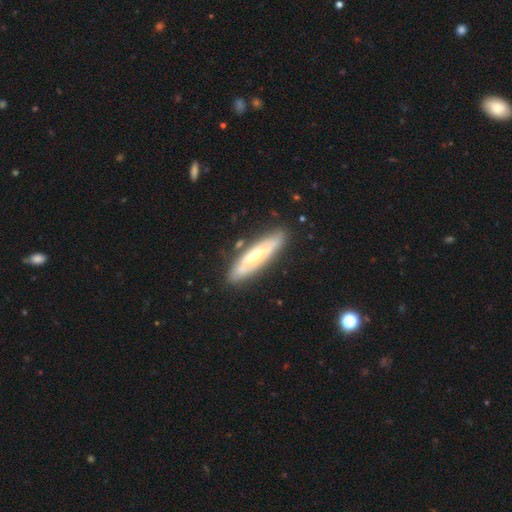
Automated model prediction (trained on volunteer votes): A featured or disk galaxy (65%).

Vote fractions:
- Smooth or featured? featured or disk: 65% / smooth: 29% / star or artifact: 6%
- Edge-on disk? no: 52% / yes: 48%
- Merging? none: 80% / minor disturbance: 14% / major disturbance: 4% / merger: 3%